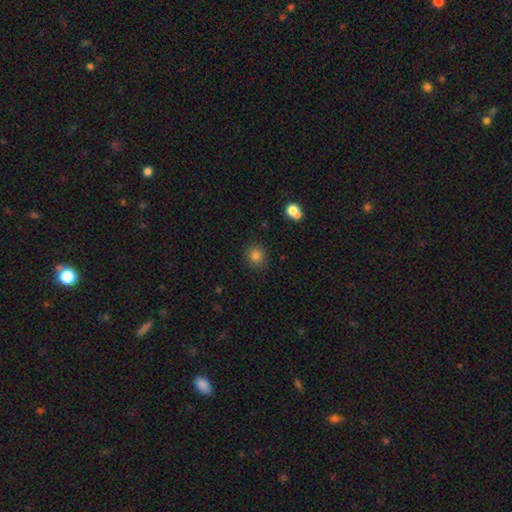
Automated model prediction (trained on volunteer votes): Smooth or featured: smooth — 83% (star or artifact — 12%)
How rounded: round — 87% (in between — 12%)
Merging: none — 87% (minor disturbance — 8%)